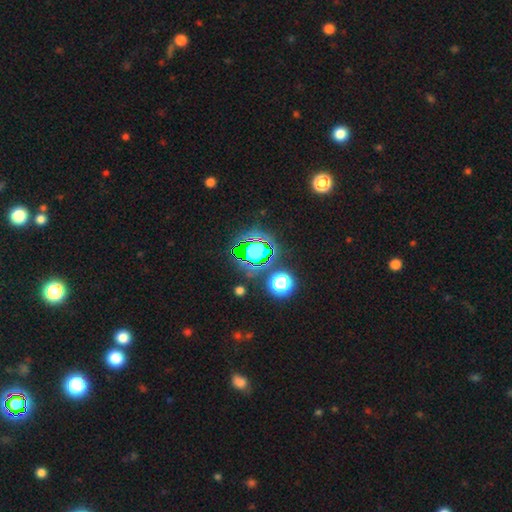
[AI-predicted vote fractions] A star or artifact, not a galaxy (64%).